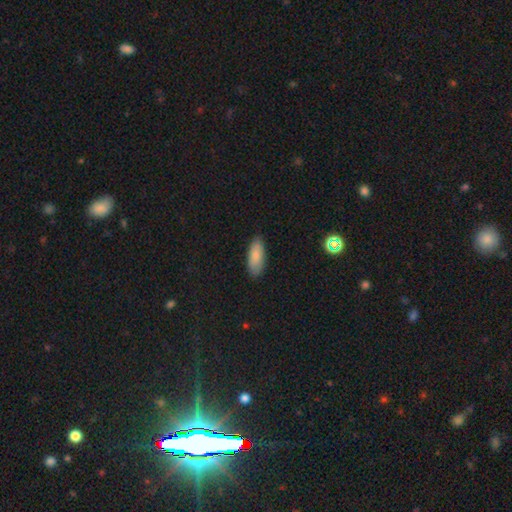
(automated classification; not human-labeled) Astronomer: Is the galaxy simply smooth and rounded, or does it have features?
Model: smooth — 83%.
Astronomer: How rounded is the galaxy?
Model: in between — 80%.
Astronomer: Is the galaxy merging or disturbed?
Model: none — 85%.